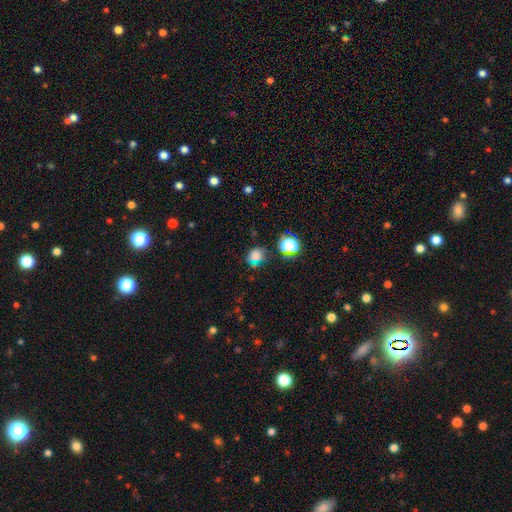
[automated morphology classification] Smooth or featured? Predicted: smooth (p=0.67). How rounded? Predicted: round (p=0.68). Merging? Predicted: none (p=0.65).